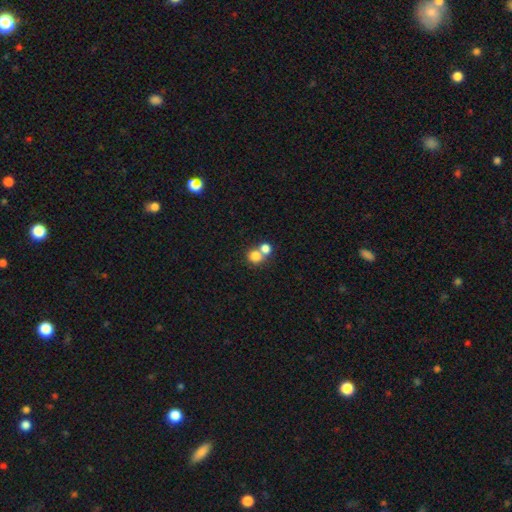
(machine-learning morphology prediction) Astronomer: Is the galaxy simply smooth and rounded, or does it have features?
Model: smooth — 79%.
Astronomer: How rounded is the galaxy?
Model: round — 81%.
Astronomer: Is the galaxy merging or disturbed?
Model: merger — 50% (runner-up: none, 40%).